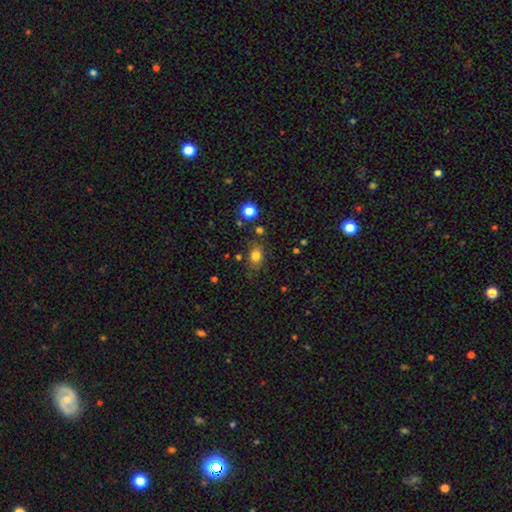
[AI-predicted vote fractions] A smooth galaxy with no disk features (80%) that is in between round and cigar-shaped (63%). Merging: none (75%).